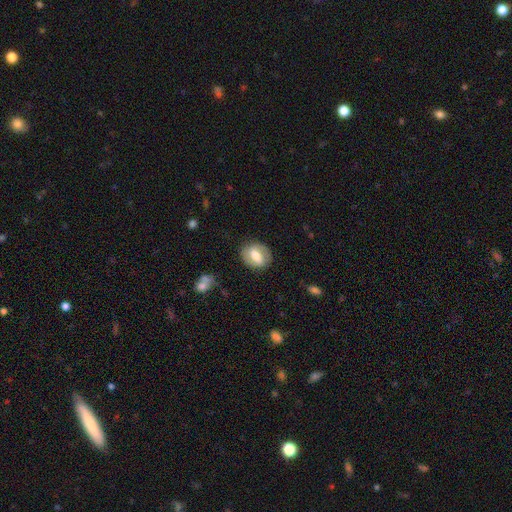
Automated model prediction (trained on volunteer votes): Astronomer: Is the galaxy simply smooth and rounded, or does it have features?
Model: featured or disk — 55% (runner-up: smooth, 38%).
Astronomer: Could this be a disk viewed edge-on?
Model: no — 94%.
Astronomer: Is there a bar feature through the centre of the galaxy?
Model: strong — 45% (runner-up: weak, 38%).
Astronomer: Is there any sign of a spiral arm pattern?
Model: yes — 62% (runner-up: no, 38%).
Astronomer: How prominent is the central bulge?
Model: moderate — 63%.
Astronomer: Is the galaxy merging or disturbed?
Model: none — 82%.